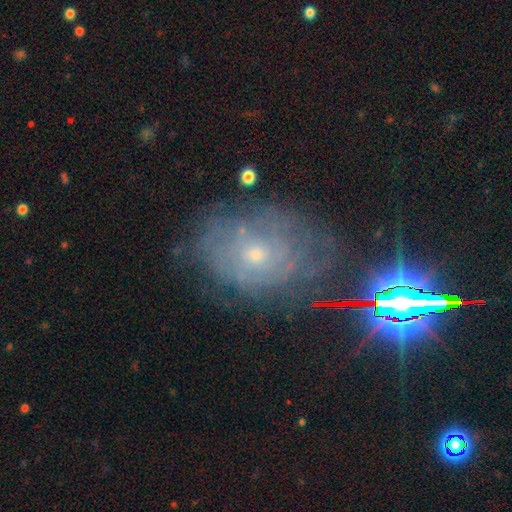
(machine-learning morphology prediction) Smooth or featured? featured or disk (53%)
Edge-on disk? no (94%)
Merging? none (70%)